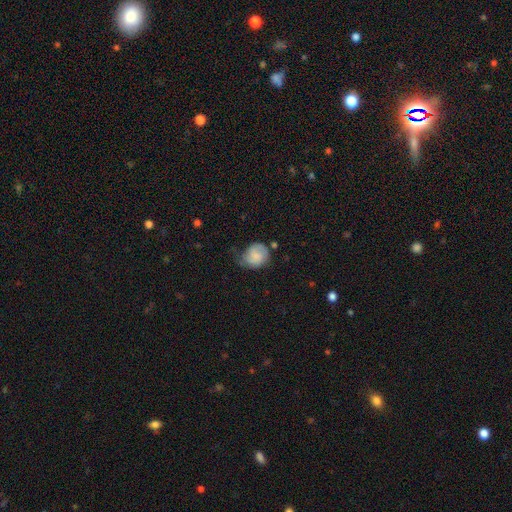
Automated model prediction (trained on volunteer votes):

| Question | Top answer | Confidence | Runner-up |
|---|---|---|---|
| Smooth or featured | smooth | 63% | featured or disk (29%) |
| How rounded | round | 66% | in between (33%) |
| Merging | none | 45% | minor disturbance (37%) |